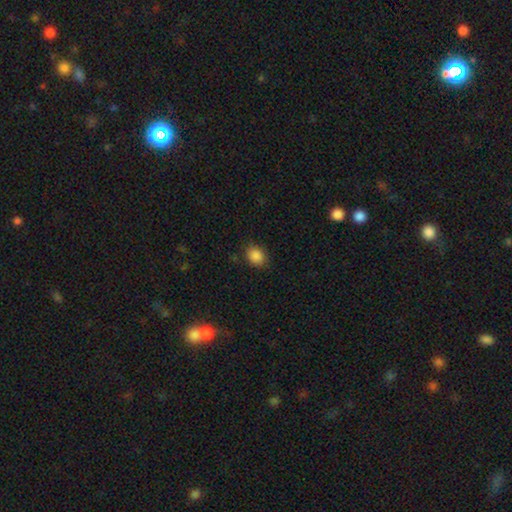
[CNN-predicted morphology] smooth-or-featured: smooth: 87% | star or artifact: 10% | featured or disk: 3%
  how-rounded: round: 56% | in between: 43% | cigar-shaped: 1%
  merging: none: 84% | minor disturbance: 12% | major disturbance: 3% | merger: 1%